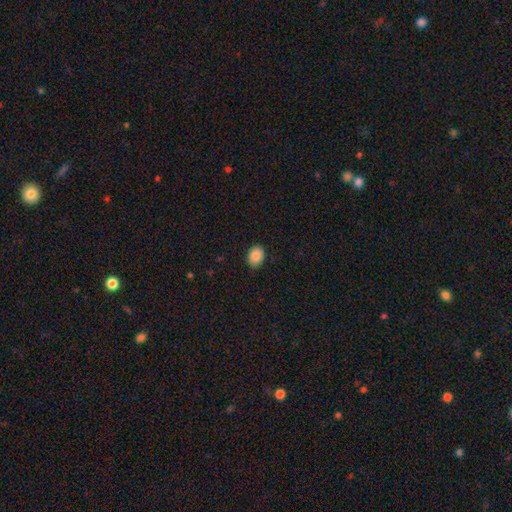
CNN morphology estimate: Smooth or featured?
  - smooth: 88% *
  - star or artifact: 8%
  - featured or disk: 4%
How rounded?
  - in between: 67% *
  - round: 32%
  - cigar-shaped: 1%
Merging?
  - none: 87% *
  - minor disturbance: 10%
  - major disturbance: 2%
  - merger: 1%